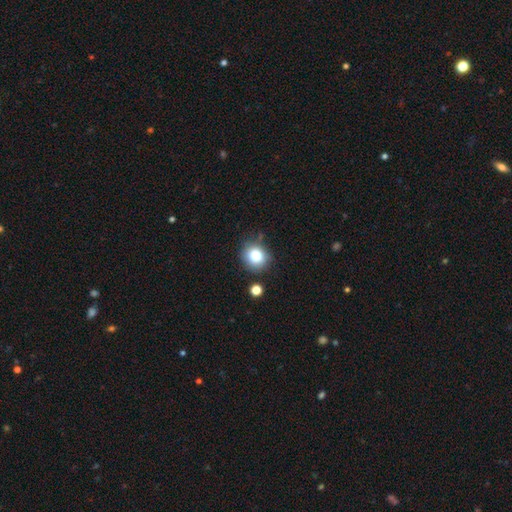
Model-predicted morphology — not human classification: The model was most divided on "merging": none: 76%, minor disturbance: 15%, merger: 5%, major disturbance: 4%. More confident: how rounded — round (83%); smooth or featured — smooth (82%).